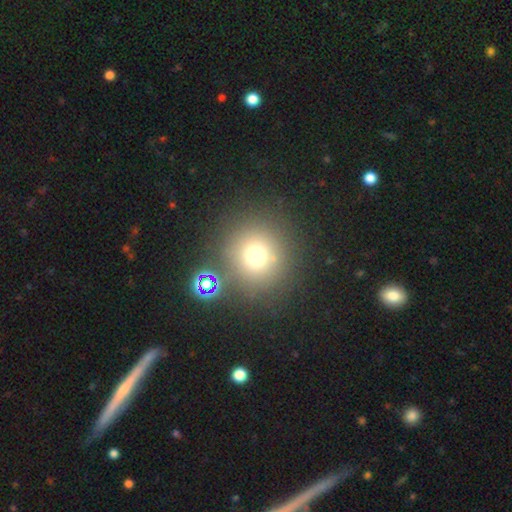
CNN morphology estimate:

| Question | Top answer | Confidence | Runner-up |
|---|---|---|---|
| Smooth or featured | smooth | 70% | star or artifact (20%) |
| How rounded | round | 93% | in between (6%) |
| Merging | none | 80% | merger (8%) |